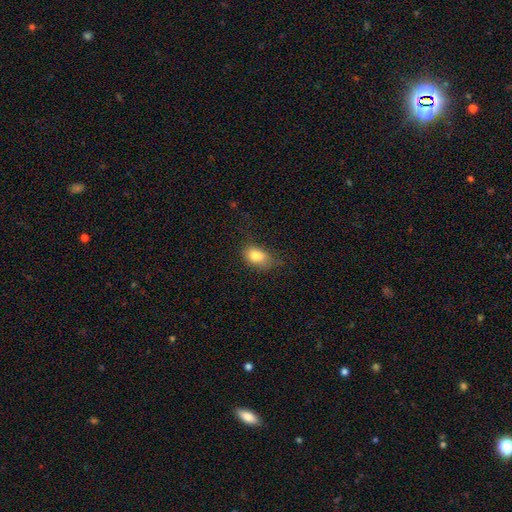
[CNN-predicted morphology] The model was most divided on "merging": none: 56%, minor disturbance: 30%, major disturbance: 12%, merger: 2%. More confident: smooth or featured — smooth (82%); how rounded — in between (82%).